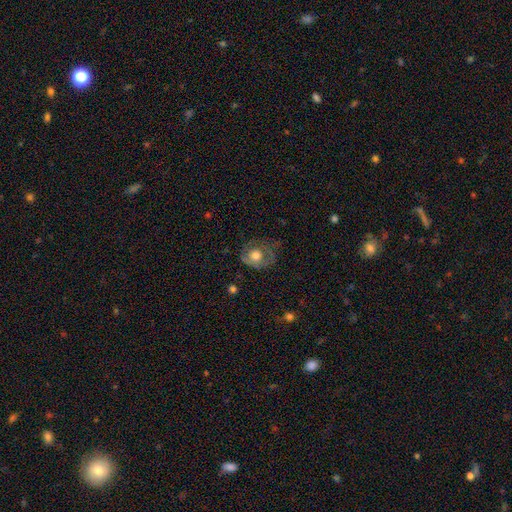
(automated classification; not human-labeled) A featured or disk galaxy (47%).

Vote fractions:
- Smooth or featured? featured or disk: 47% / smooth: 46% / star or artifact: 8%
- Merging? none: 48% / minor disturbance: 26% / major disturbance: 24% / merger: 2%